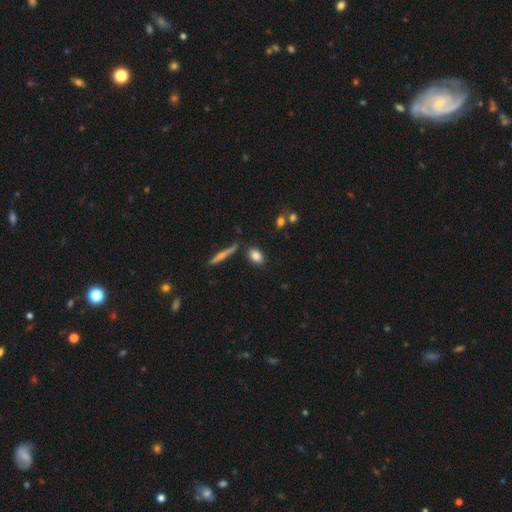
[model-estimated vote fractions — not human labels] Smooth or featured? Predicted: smooth (p=0.82). How rounded? Predicted: in between (p=0.83). Merging? Predicted: none (p=0.81).